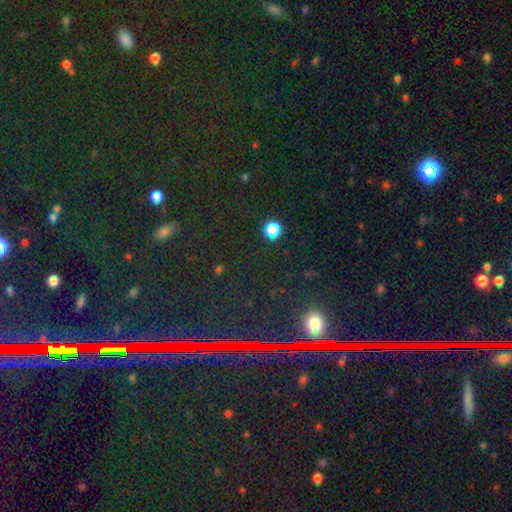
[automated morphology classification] The model was most divided on "smooth or featured": star or artifact: 76%, smooth: 15%, featured or disk: 8%.